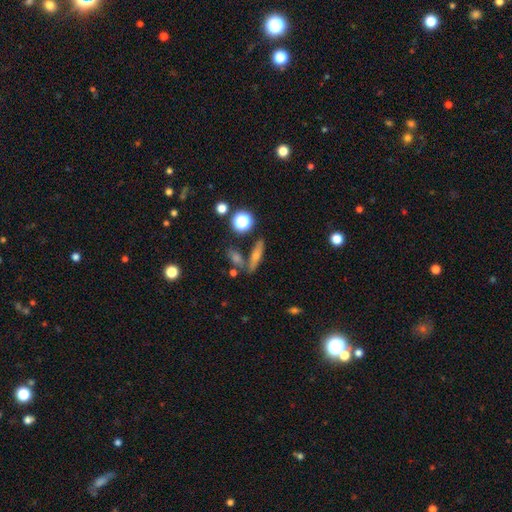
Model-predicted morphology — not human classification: smooth-or-featured: smooth: 57% | featured or disk: 30% | star or artifact: 13%
  how-rounded: cigar-shaped: 63% | in between: 29% | round: 9%
  merging: none: 68% | merger: 15% | minor disturbance: 13% | major disturbance: 5%